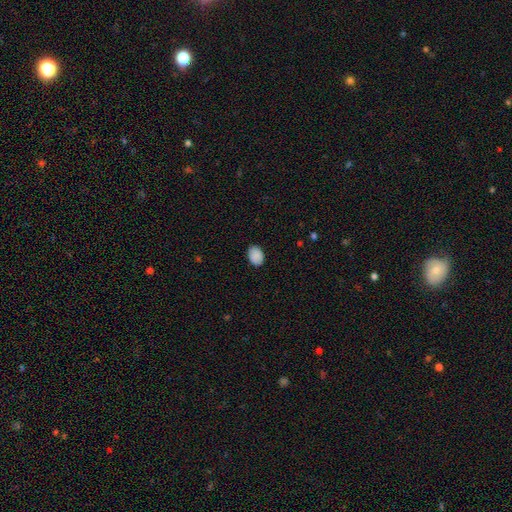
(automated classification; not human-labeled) Smooth or featured: smooth — 88% (star or artifact — 7%)
How rounded: in between — 77% (round — 22%)
Merging: none — 85% (minor disturbance — 12%)